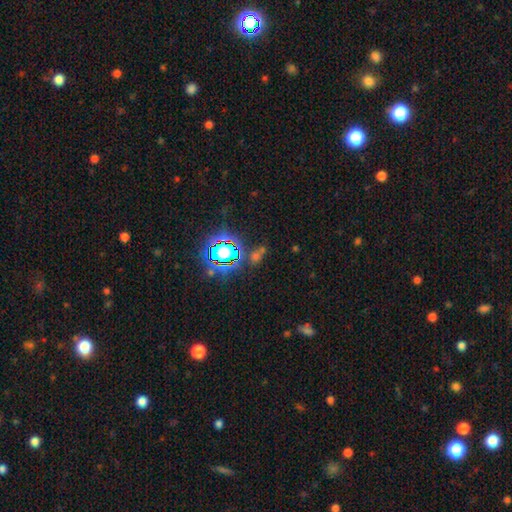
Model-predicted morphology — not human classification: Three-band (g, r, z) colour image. It shows a star or artifact, not a galaxy (68%).